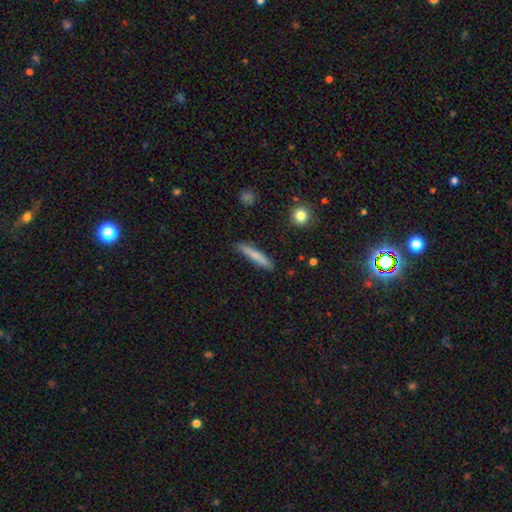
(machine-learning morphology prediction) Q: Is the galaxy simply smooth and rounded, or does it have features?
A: smooth — 76%.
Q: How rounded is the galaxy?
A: cigar-shaped — 92%.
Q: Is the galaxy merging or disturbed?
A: none — 88%.